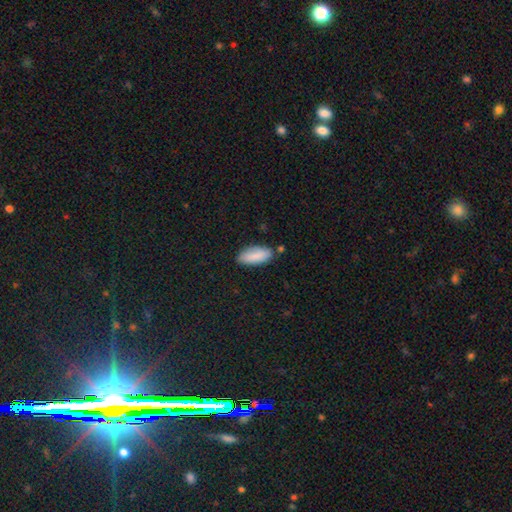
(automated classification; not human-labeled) Smooth or featured: smooth — 87% (featured or disk — 6%)
How rounded: in between — 82% (cigar-shaped — 17%)
Merging: none — 78% (minor disturbance — 15%)